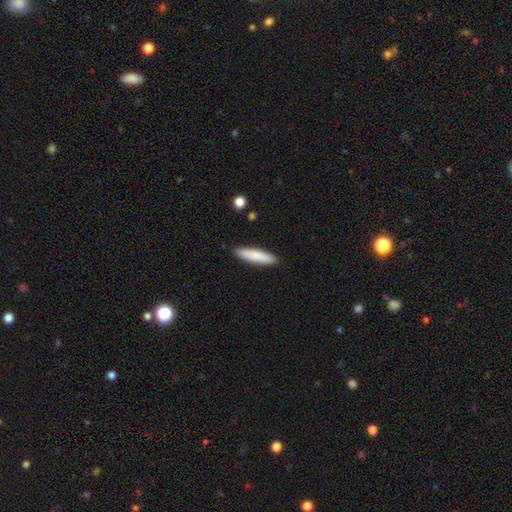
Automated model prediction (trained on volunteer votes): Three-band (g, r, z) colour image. It shows a smooth galaxy with no disk features (84%) that is cigar-shaped (77%). Merging: none (89%).